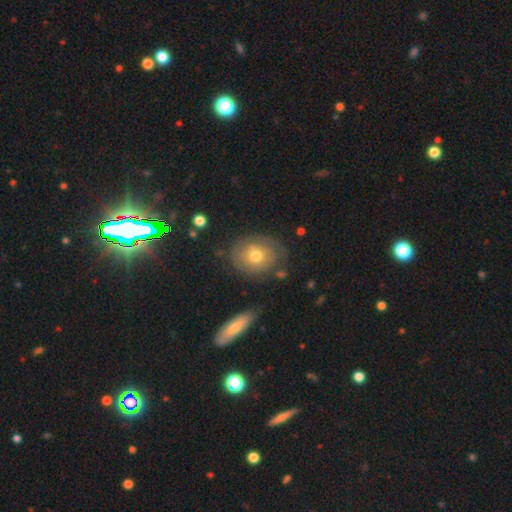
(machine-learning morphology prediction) Smooth or featured?
  - featured or disk: 46% * (tied)
  - smooth: 46% * (tied)
  - star or artifact: 8%
Merging?
  - none: 69% *
  - minor disturbance: 19%
  - major disturbance: 8%
  - merger: 3%